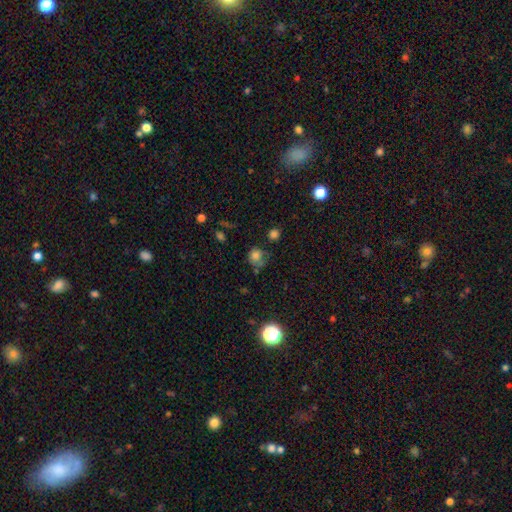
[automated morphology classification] Smooth or featured? Predicted: smooth (p=0.71). How rounded? Predicted: round (p=0.76). Merging? Predicted: none (p=0.43).